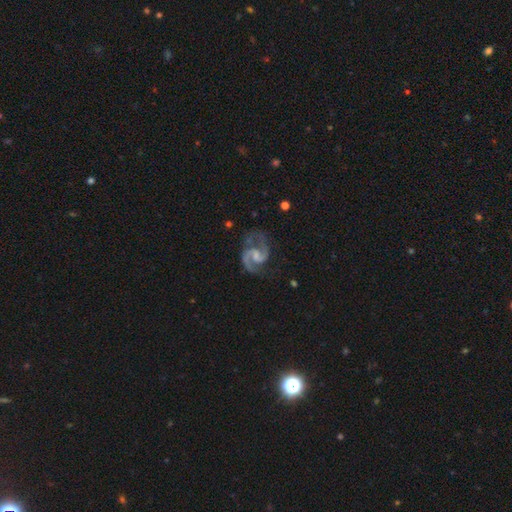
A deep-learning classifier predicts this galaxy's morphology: Smooth or featured? Predicted: featured or disk (p=0.93). Edge-on disk? Predicted: no (p=0.98). Bar? Predicted: weak (p=0.50). Spiral arms? Predicted: yes (p=0.98). Spiral winding? Predicted: medium (p=0.65). Spiral arm count? Predicted: 2 (p=0.94). Bulge size? Predicted: small (p=0.40). Merging? Predicted: none (p=0.72).